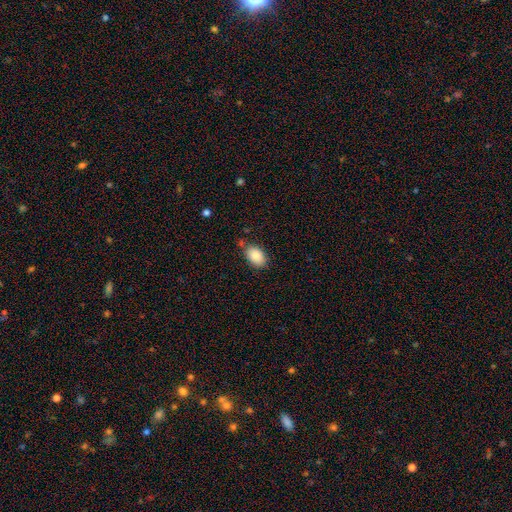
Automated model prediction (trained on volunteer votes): A smooth galaxy with no disk features (87%) that is in between round and cigar-shaped (88%).

Vote fractions:
- Smooth or featured? smooth: 87% / star or artifact: 7% / featured or disk: 6%
- How rounded? in between: 88% / round: 11% / cigar-shaped: 1%
- Merging? none: 73% / minor disturbance: 18% / merger: 5% / major disturbance: 4%